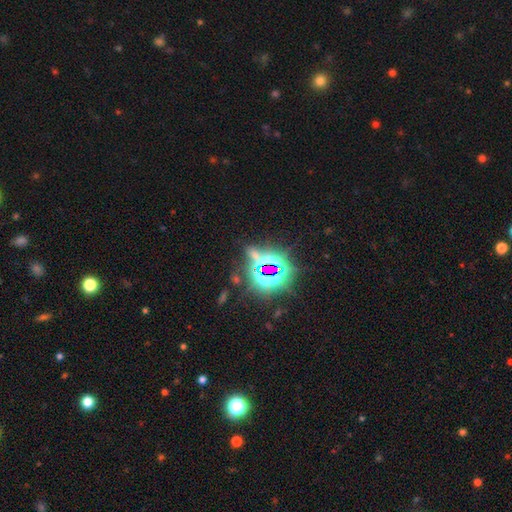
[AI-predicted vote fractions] smooth_or_featured: star or artifact (p=0.78) [alt: smooth p=0.14]